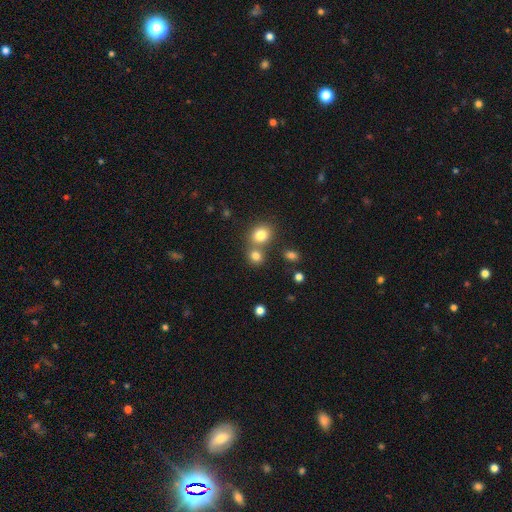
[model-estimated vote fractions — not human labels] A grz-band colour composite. It shows a smooth galaxy with no disk features (79%) that is round (74%). Merging: none (54%).